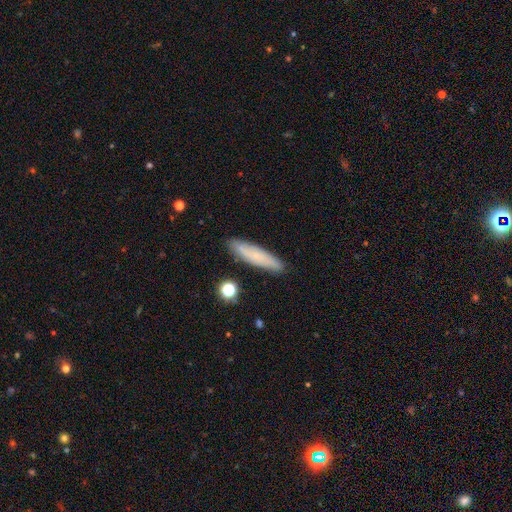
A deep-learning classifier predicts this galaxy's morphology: Smooth or featured?
  - smooth: 62% *
  - featured or disk: 30%
  - star or artifact: 8%
How rounded?
  - cigar-shaped: 79% *
  - in between: 19%
  - round: 2%
Merging?
  - none: 86% *
  - minor disturbance: 10%
  - major disturbance: 2%
  - merger: 2%